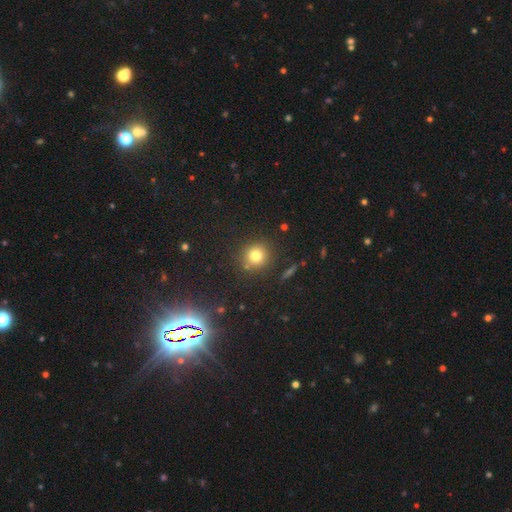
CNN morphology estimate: smooth-or-featured: smooth: 76% | star or artifact: 16% | featured or disk: 8%
  how-rounded: round: 88% | in between: 10% | cigar-shaped: 1%
  merging: none: 84% | minor disturbance: 9% | merger: 4% | major disturbance: 3%